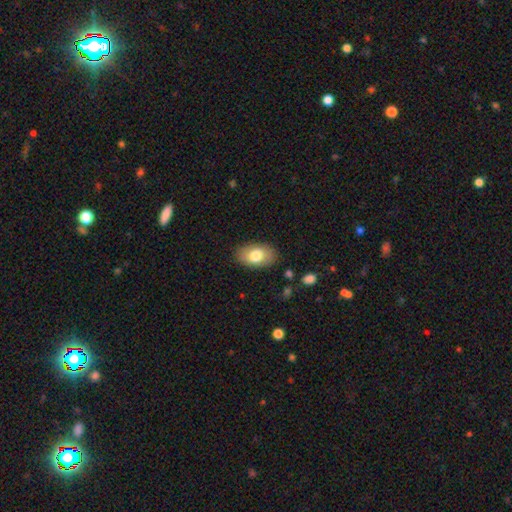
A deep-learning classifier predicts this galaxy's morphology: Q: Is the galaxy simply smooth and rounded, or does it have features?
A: smooth — 77%.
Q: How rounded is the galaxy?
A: in between — 90%.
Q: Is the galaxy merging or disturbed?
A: none — 85%.